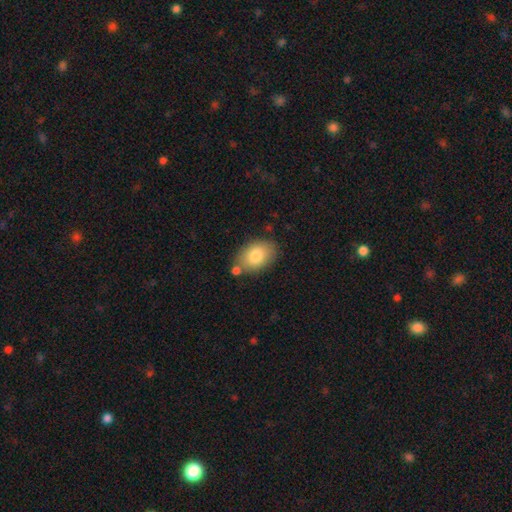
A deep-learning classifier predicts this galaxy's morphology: smooth-or-featured: smooth: 81% | featured or disk: 12% | star or artifact: 7%
  how-rounded: in between: 85% | round: 14% | cigar-shaped: 1%
  merging: none: 72% | minor disturbance: 15% | merger: 10% | major disturbance: 4%